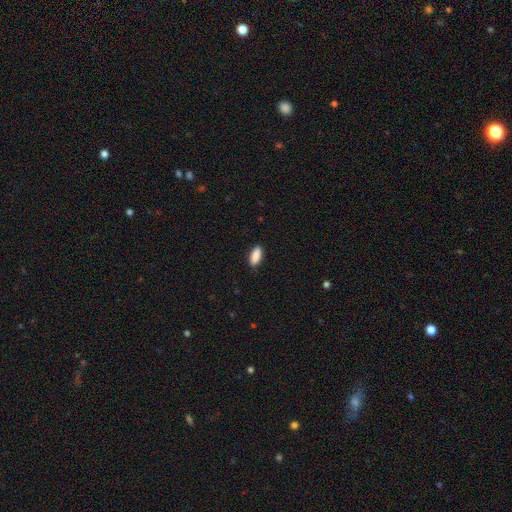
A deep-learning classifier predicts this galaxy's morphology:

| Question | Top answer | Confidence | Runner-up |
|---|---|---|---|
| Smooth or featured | smooth | 89% | star or artifact (6%) |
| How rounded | in between | 78% | cigar-shaped (20%) |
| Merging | none | 89% | minor disturbance (9%) |